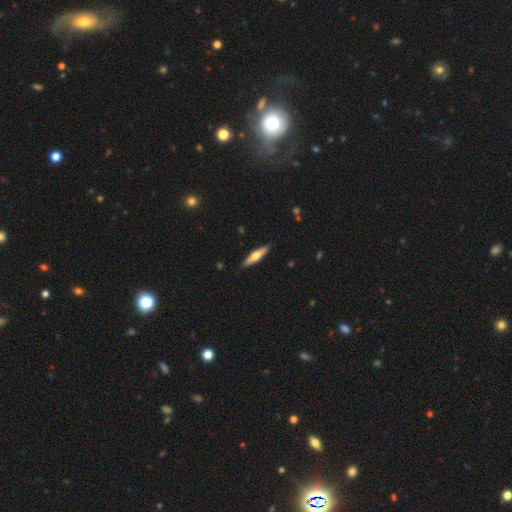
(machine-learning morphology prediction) Smooth or featured? Predicted: featured or disk (p=0.57). Edge-on disk? Predicted: yes (p=0.95). Edge-on bulge? Predicted: rounded (p=0.92). Merging? Predicted: none (p=0.90).